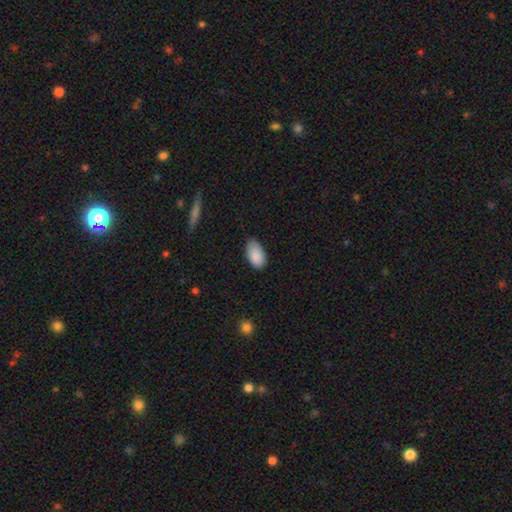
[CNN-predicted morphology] Q: Smooth or featured?
A: smooth (88%); runner-up: star or artifact (7%)
Q: How rounded?
A: in between (95%); runner-up: round (4%)
Q: Merging?
A: none (73%); runner-up: minor disturbance (22%)